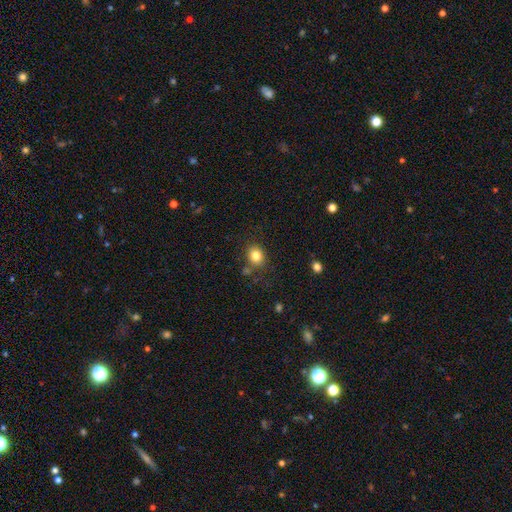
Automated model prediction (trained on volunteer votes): The model was most divided on "how rounded": round: 62%, in between: 37%, cigar-shaped: 1%. More confident: smooth or featured — smooth (82%); merging — none (78%).